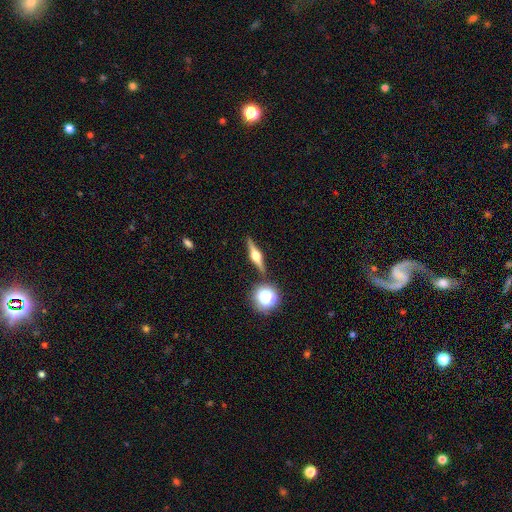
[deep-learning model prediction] Smooth or featured: featured or disk — 74% (smooth — 17%)
Edge-on disk: yes — 97% (no — 3%)
Edge-on bulge: rounded — 95% (boxy — 4%)
Merging: none — 88% (minor disturbance — 7%)